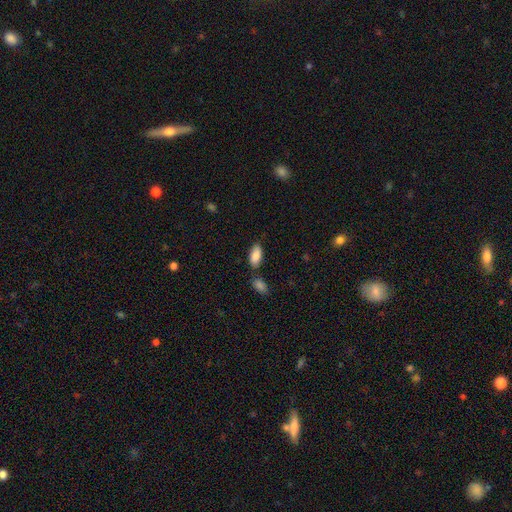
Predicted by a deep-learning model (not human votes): Smooth or featured?
  - smooth: 87% *
  - featured or disk: 7%
  - star or artifact: 6%
How rounded?
  - in between: 89% *
  - cigar-shaped: 9%
  - round: 2%
Merging?
  - none: 73% *
  - minor disturbance: 13%
  - merger: 11%
  - major disturbance: 3%